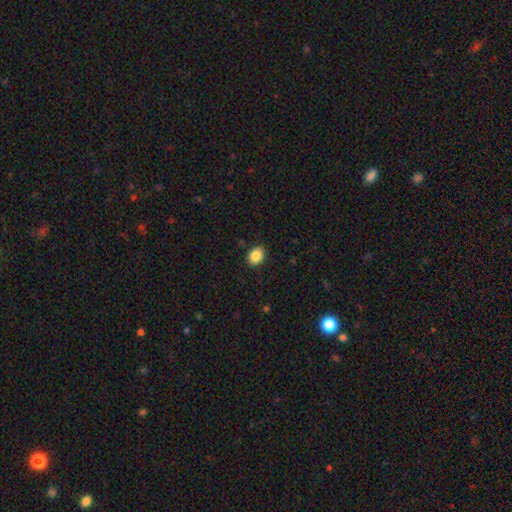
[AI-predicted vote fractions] Smooth or featured: smooth — 86% (star or artifact — 9%)
How rounded: in between — 51% (round — 48%)
Merging: none — 88% (minor disturbance — 9%)